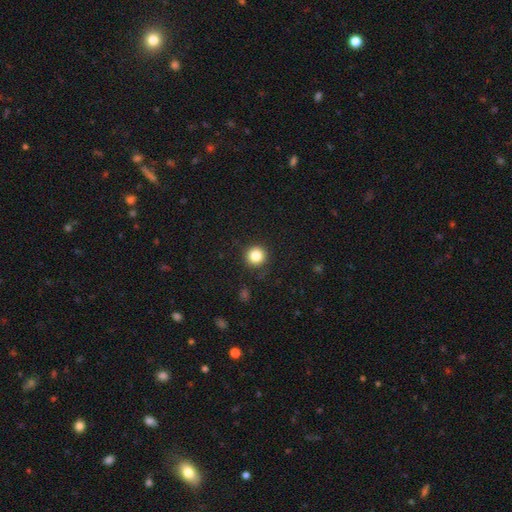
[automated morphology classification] smooth-or-featured: smooth: 84% | star or artifact: 11% | featured or disk: 5%
  how-rounded: round: 95% | in between: 4% | cigar-shaped: 1%
  merging: none: 91% | minor disturbance: 6% | major disturbance: 2% | merger: 1%